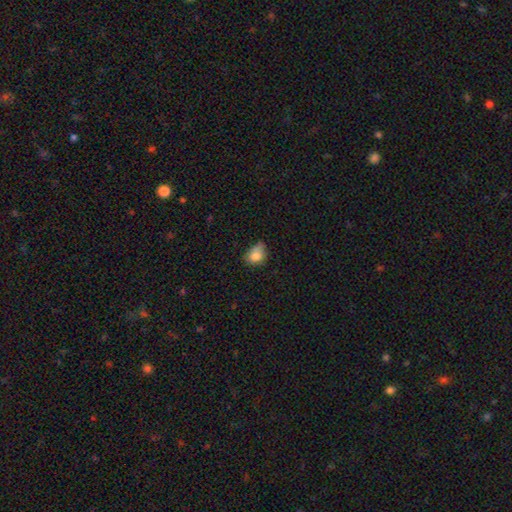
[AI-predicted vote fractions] Smooth or featured? smooth (79%)
How rounded? in between (57%)
Merging? none (41%)